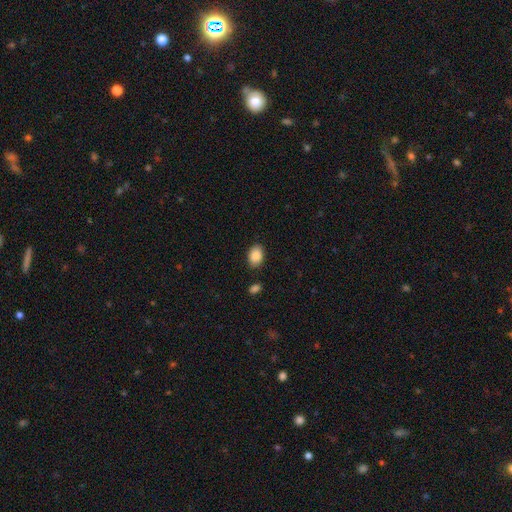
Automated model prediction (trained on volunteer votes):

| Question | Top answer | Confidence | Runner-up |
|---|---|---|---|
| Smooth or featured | smooth | 89% | star or artifact (7%) |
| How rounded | in between | 84% | round (15%) |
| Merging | none | 85% | minor disturbance (10%) |